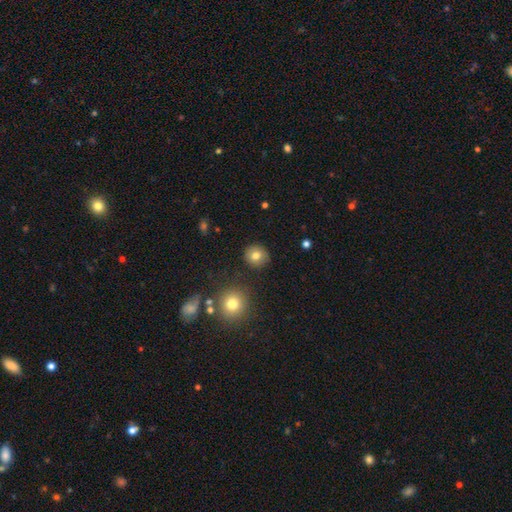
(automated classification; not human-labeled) A smooth galaxy with no disk features (78%) that is round (91%).

Vote fractions:
- Smooth or featured? smooth: 78% / star or artifact: 11% / featured or disk: 10%
- How rounded? round: 91% / in between: 8% / cigar-shaped: 1%
- Merging? none: 88% / minor disturbance: 8% / major disturbance: 3% / merger: 2%